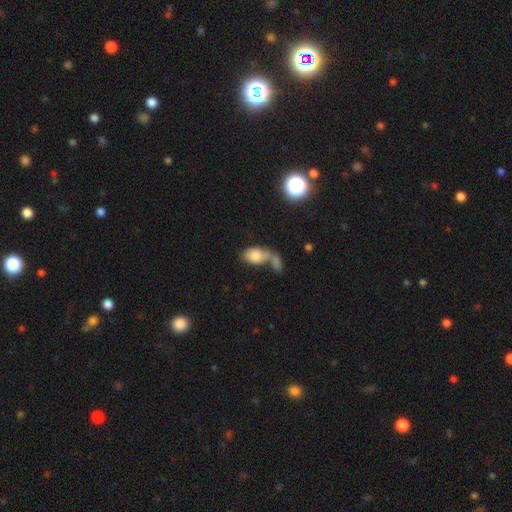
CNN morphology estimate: Smooth or featured?
  - smooth: 78% *
  - featured or disk: 13%
  - star or artifact: 9%
How rounded?
  - in between: 88% *
  - round: 10%
  - cigar-shaped: 2%
Merging?
  - merger: 53% *
  - none: 24%
  - minor disturbance: 12%
  - major disturbance: 11%